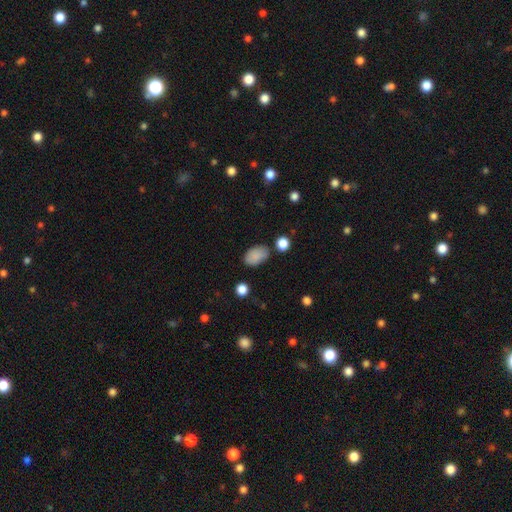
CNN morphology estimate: A smooth galaxy with no disk features (86%) that is in between round and cigar-shaped (90%).

Vote fractions:
- Smooth or featured? smooth: 86% / star or artifact: 8% / featured or disk: 6%
- How rounded? in between: 90% / round: 9% / cigar-shaped: 1%
- Merging? none: 77% / minor disturbance: 16% / merger: 4% / major disturbance: 4%